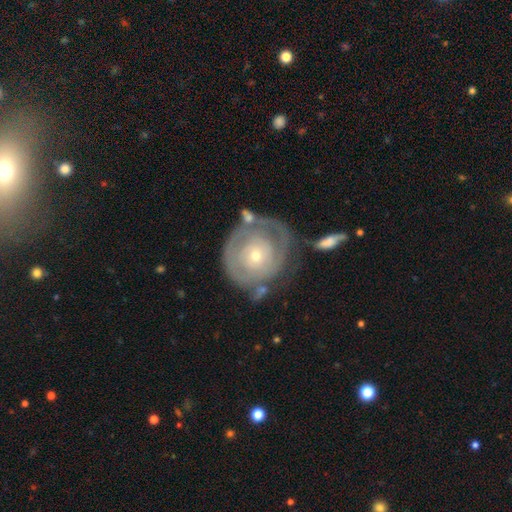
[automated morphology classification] This is likely a featured or disk galaxy (70%). It is clearly not viewed edge-on (97%). Bar: clearly no (86%). Spiral arm pattern: likely yes (65%). Central bulge: likely small (68%). Merging: possibly none (57%).